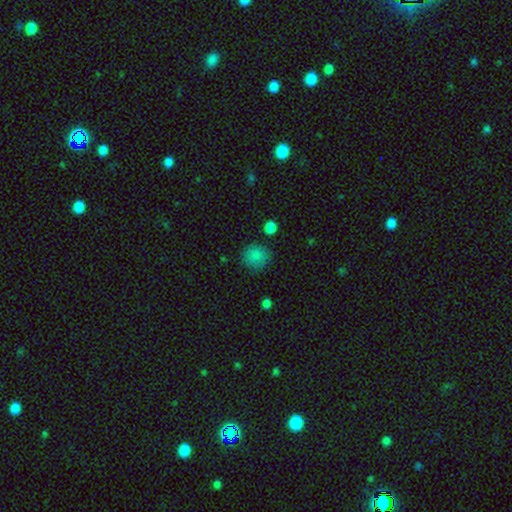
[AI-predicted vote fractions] smooth-or-featured: smooth: 85% | star or artifact: 11% | featured or disk: 4%
  how-rounded: round: 89% | in between: 10% | cigar-shaped: 1%
  merging: none: 81% | minor disturbance: 13% | major disturbance: 4% | merger: 2%